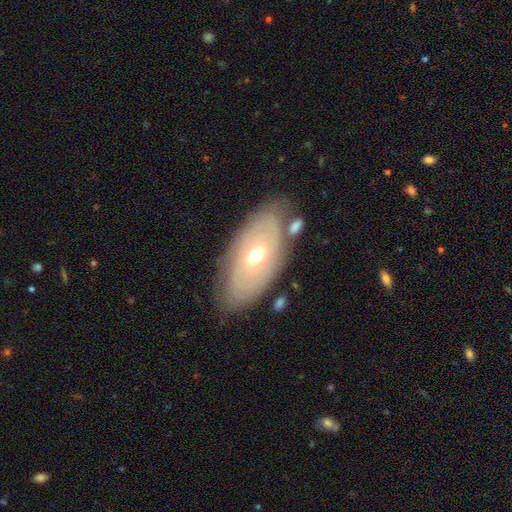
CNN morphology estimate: A featured or disk galaxy (59%) with no bar (76%), no spiral arms (50%, tied with yes) and a moderate central bulge (68%). Merging: none (72%).